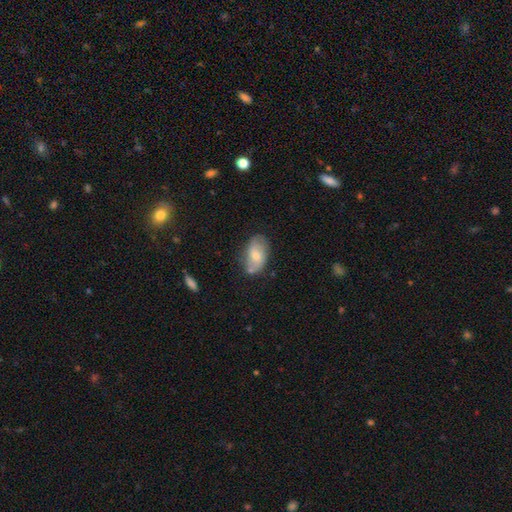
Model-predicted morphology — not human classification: Q: Smooth or featured?
A: smooth (62%); runner-up: featured or disk (31%)
Q: How rounded?
A: in between (92%); runner-up: round (6%)
Q: Merging?
A: none (63%); runner-up: minor disturbance (25%)